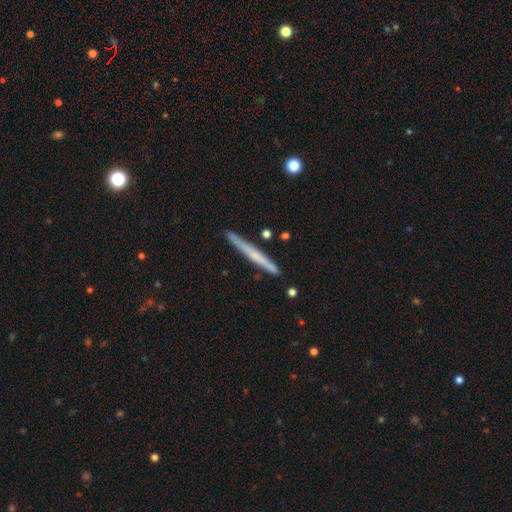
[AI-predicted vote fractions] A smooth galaxy with no disk features (49%).

Vote fractions:
- Smooth or featured? smooth: 49% / featured or disk: 45% / star or artifact: 6%
- Merging? none: 88% / minor disturbance: 8% / merger: 2% / major disturbance: 1%